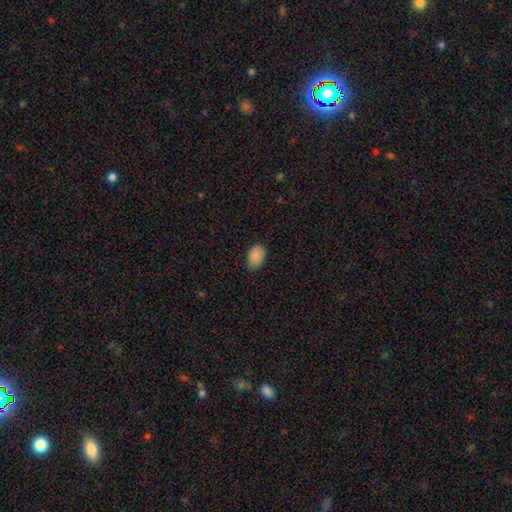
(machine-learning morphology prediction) smooth 88%, star or artifact 8%, featured or disk 4%. Down the decision tree: how rounded — in between (87%); merging — none (81%).